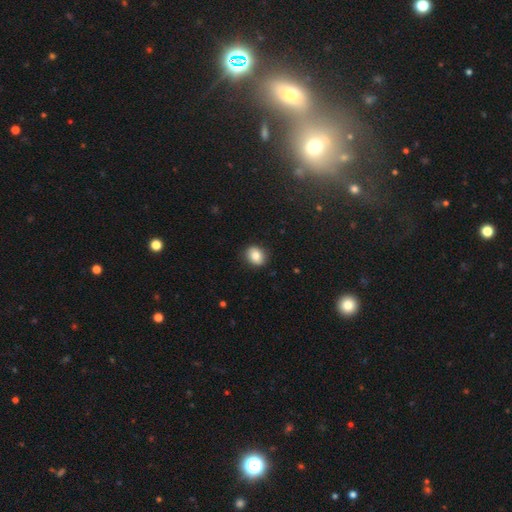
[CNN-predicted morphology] A smooth galaxy with no disk features (82%) that is round (55%).

Vote fractions:
- Smooth or featured? smooth: 82% / featured or disk: 9% / star or artifact: 9%
- How rounded? round: 55% / in between: 44% / cigar-shaped: 1%
- Merging? none: 88% / minor disturbance: 9% / major disturbance: 2% / merger: 1%